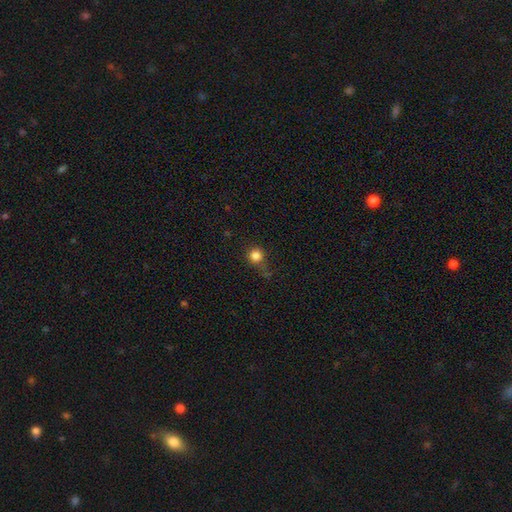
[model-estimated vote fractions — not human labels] smooth-or-featured: smooth: 83% | star or artifact: 12% | featured or disk: 5%
  how-rounded: round: 93% | in between: 6% | cigar-shaped: 1%
  merging: none: 72% | minor disturbance: 17% | major disturbance: 7% | merger: 4%